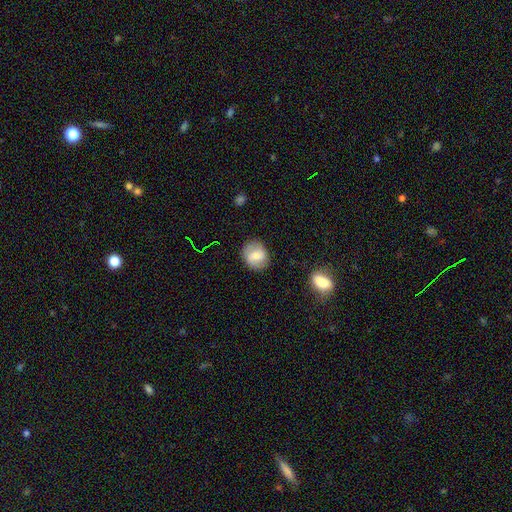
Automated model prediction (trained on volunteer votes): A smooth galaxy with no disk features (60%) that is round (69%).

Vote fractions:
- Smooth or featured? smooth: 60% / featured or disk: 32% / star or artifact: 9%
- How rounded? round: 69% / in between: 30% / cigar-shaped: 1%
- Merging? none: 82% / minor disturbance: 12% / major disturbance: 4% / merger: 2%